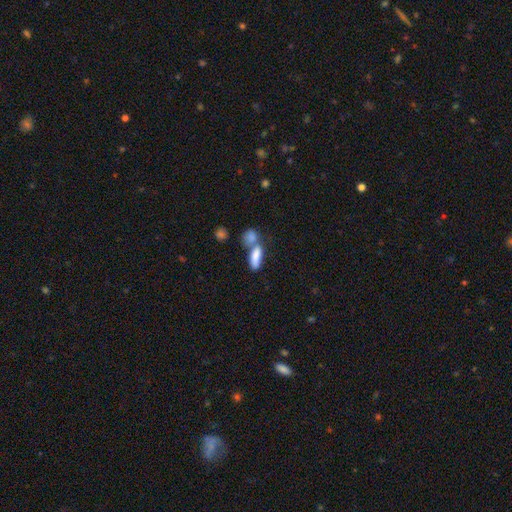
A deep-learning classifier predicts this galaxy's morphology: The model was most divided on "merging": merger: 51%, none: 32%, minor disturbance: 11%, major disturbance: 6%. More confident: smooth or featured — smooth (81%); how rounded — in between (66%).